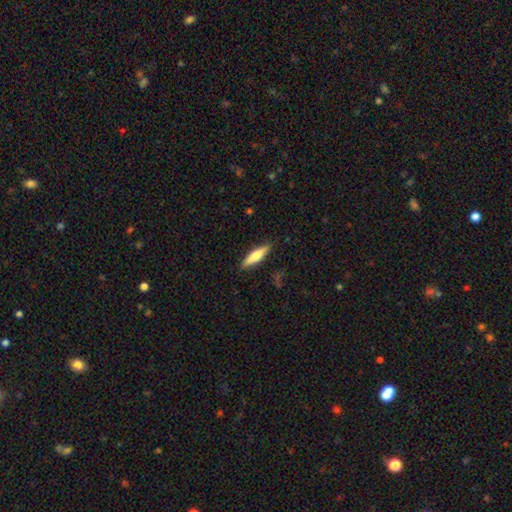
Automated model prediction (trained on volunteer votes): This is likely a smooth galaxy (61%). How rounded: likely cigar-shaped (75%). Merging: clearly none (87%).